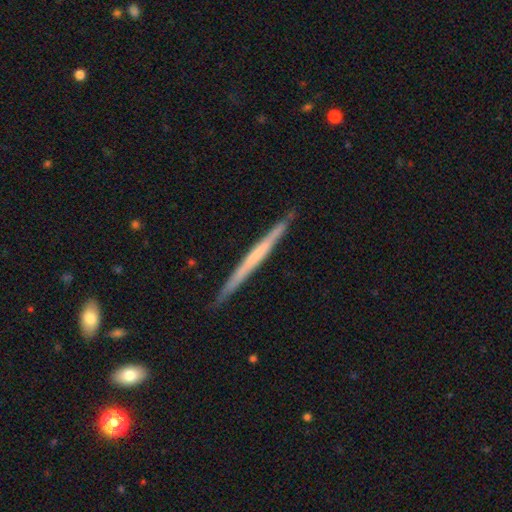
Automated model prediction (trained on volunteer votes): This is possibly a featured or disk galaxy (56%). It is clearly viewed edge-on (97%). Edge-on bulge: clearly none (84%). Merging: clearly none (90%).